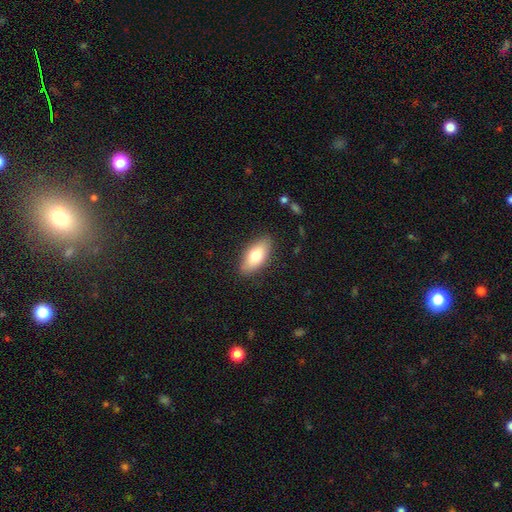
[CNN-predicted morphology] Smooth or featured?
  - smooth: 75% *
  - featured or disk: 19%
  - star or artifact: 6%
How rounded?
  - in between: 86% *
  - cigar-shaped: 11%
  - round: 3%
Merging?
  - none: 87% *
  - minor disturbance: 10%
  - major disturbance: 2%
  - merger: 1%